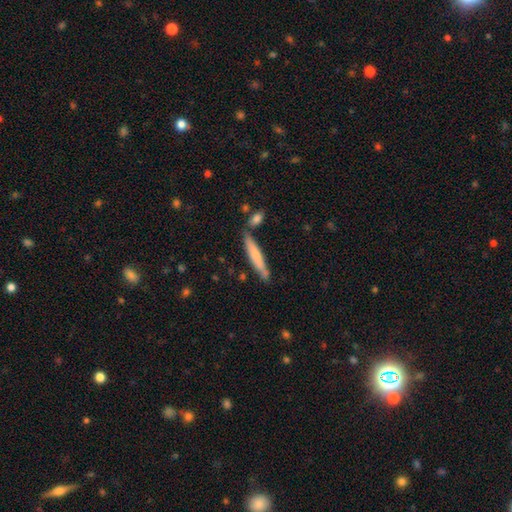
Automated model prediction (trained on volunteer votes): Smooth or featured?
  - smooth: 66% *
  - featured or disk: 29%
  - star or artifact: 5%
How rounded?
  - cigar-shaped: 92% *
  - in between: 7%
  - round: 1%
Merging?
  - none: 77% *
  - minor disturbance: 13%
  - merger: 7%
  - major disturbance: 3%